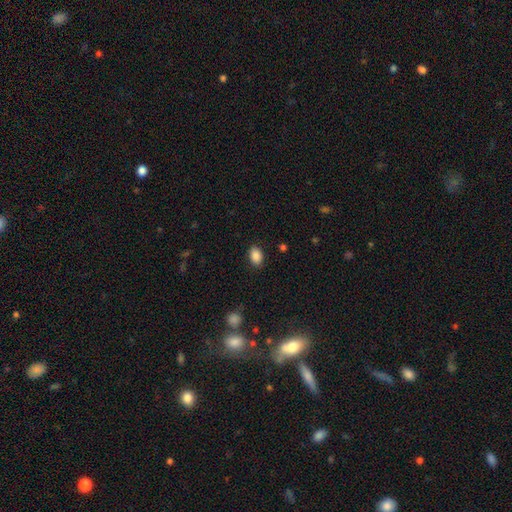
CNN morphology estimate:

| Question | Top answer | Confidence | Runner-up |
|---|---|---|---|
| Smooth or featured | smooth | 88% | star or artifact (8%) |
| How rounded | in between | 85% | round (14%) |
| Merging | none | 87% | minor disturbance (9%) |